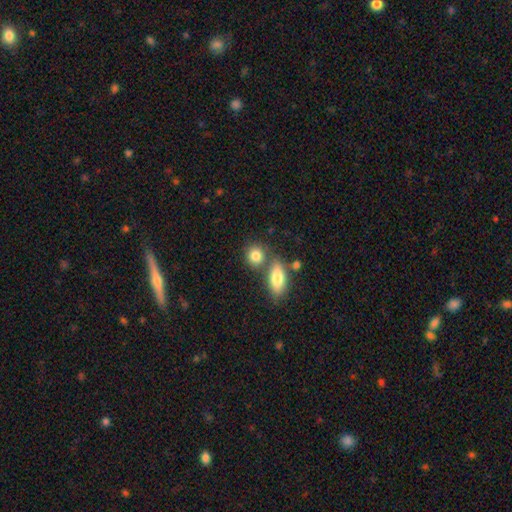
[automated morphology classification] The model was most divided on "merging": none: 60%, merger: 27%, minor disturbance: 10%, major disturbance: 4%. More confident: smooth or featured — smooth (82%); how rounded — round (68%).